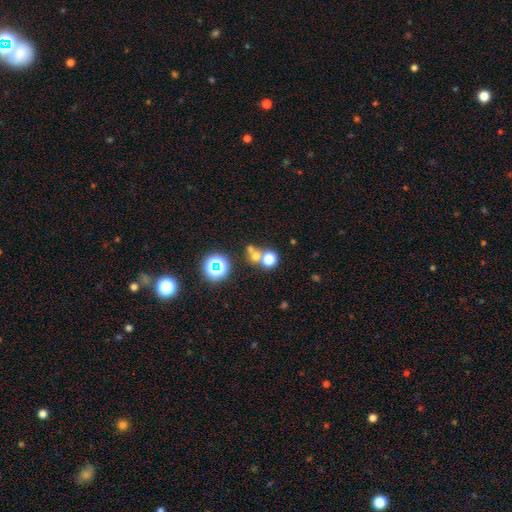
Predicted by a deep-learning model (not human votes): Smooth or featured: smooth — 59% (star or artifact — 31%)
How rounded: round — 85% (in between — 14%)
Merging: none — 51% (merger — 39%)